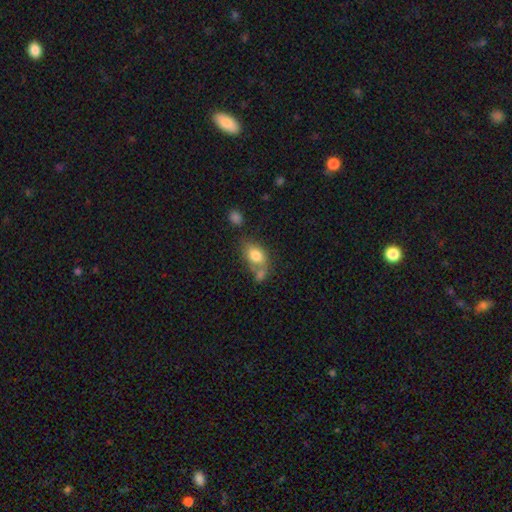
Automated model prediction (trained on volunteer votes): The model was most divided on "merging" (2-way tie): none: 37%, merger: 37%, minor disturbance: 17%, major disturbance: 8%. More confident: how rounded — in between (80%); smooth or featured — smooth (77%).